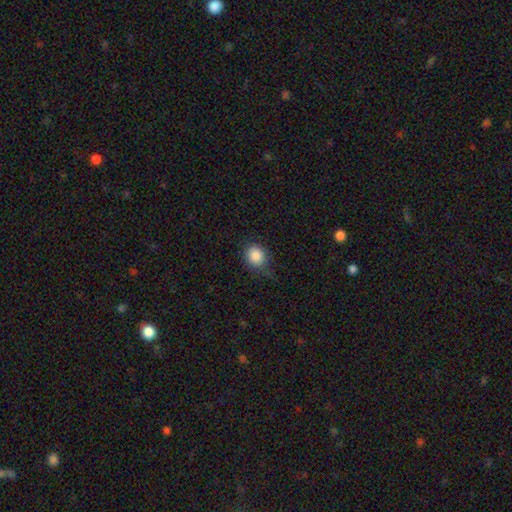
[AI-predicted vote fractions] Morphology: type=smooth (86%); roundness=round (77%); merging=none (71%).